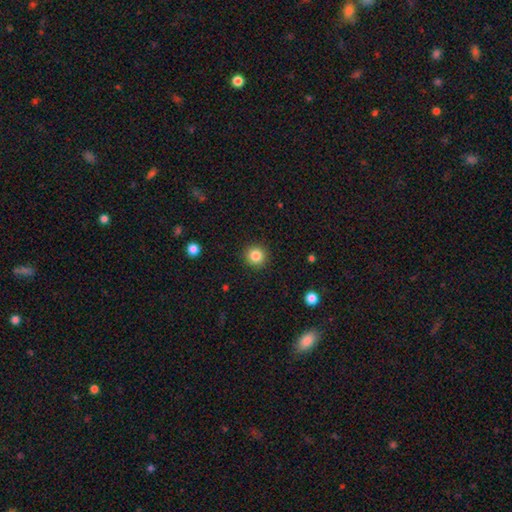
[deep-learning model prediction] A smooth galaxy with no disk features (84%) that is round (94%).

Vote fractions:
- Smooth or featured? smooth: 84% / star or artifact: 11% / featured or disk: 5%
- How rounded? round: 94% / in between: 5% / cigar-shaped: 1%
- Merging? none: 92% / minor disturbance: 5% / major disturbance: 2% / merger: 1%